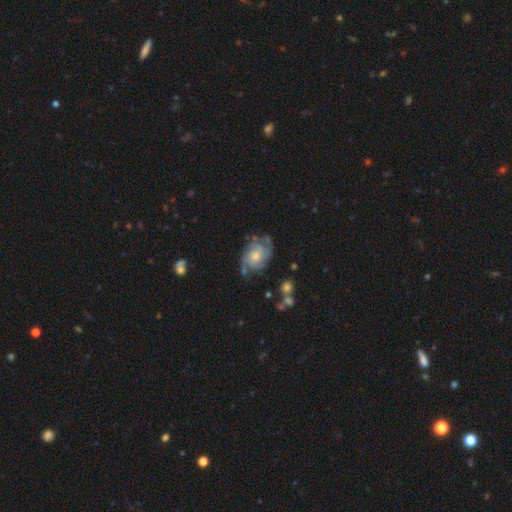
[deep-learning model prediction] This is clearly a featured or disk galaxy (86%). It is clearly not viewed edge-on (97%). Bar: likely no (73%). Spiral arm pattern: clearly yes (97%). Spiral arm count: marginally 3 (34%). Spiral winding: possibly tight (56%). Central bulge: possibly moderate (56%). Merging: likely none (72%).